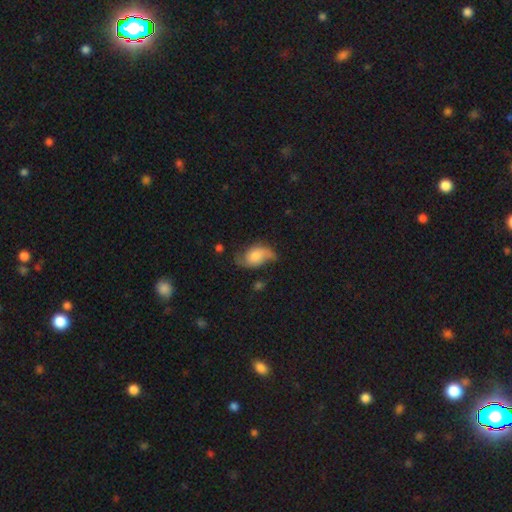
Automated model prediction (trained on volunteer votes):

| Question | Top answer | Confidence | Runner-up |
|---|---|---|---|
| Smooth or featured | featured or disk | 54% | smooth (38%) |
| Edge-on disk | no | 95% | yes (5%) |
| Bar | no | 71% | weak (25%) |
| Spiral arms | yes | 89% | no (11%) |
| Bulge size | moderate | 35% | small (30%) |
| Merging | none | 53% | minor disturbance (30%) |